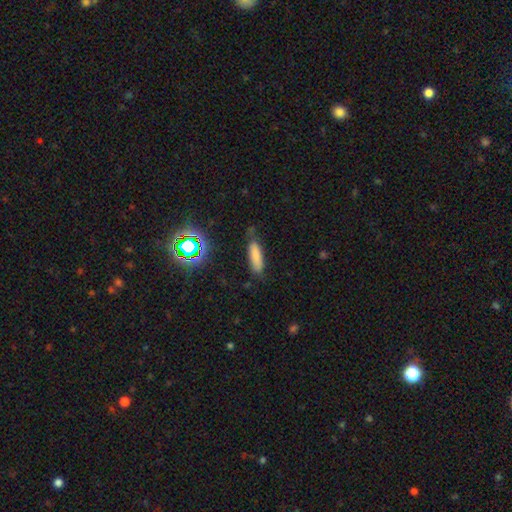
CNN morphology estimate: smooth_or_featured: smooth (p=0.77) [alt: star or artifact p=0.12]
how_rounded: cigar-shaped (p=0.56) [alt: in between p=0.42]
merging: none (p=0.67) [alt: minor disturbance p=0.24]